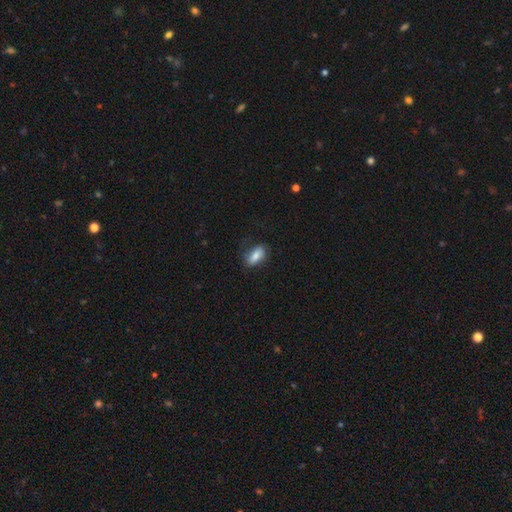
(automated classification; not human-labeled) Q: Smooth or featured?
A: smooth (79%); runner-up: featured or disk (14%)
Q: How rounded?
A: in between (84%); runner-up: cigar-shaped (13%)
Q: Merging?
A: none (70%); runner-up: minor disturbance (21%)